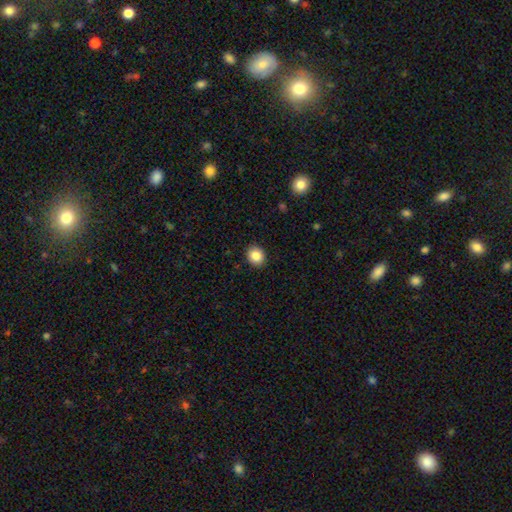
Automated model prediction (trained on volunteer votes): smooth_or_featured: smooth (p=0.85) [alt: star or artifact p=0.10]
how_rounded: round (p=0.74) [alt: in between p=0.25]
merging: none (p=0.91) [alt: minor disturbance p=0.06]